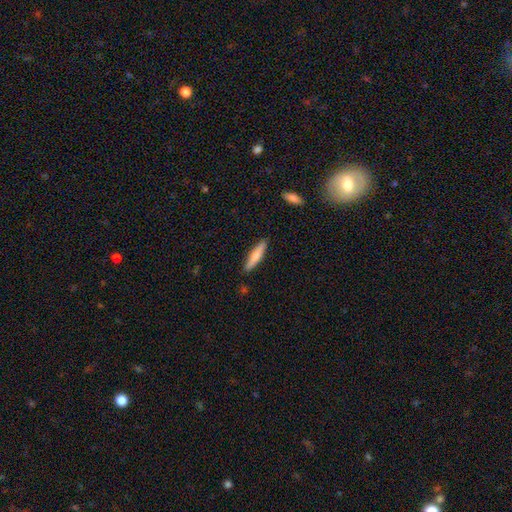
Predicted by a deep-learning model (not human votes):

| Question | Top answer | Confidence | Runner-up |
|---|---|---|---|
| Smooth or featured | smooth | 68% | featured or disk (26%) |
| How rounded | cigar-shaped | 83% | in between (16%) |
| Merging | none | 89% | minor disturbance (8%) |